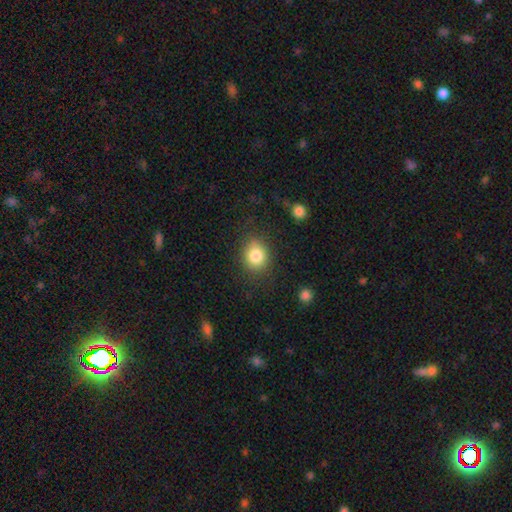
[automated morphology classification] Smooth or featured: smooth — 82% (star or artifact — 10%)
How rounded: round — 69% (in between — 30%)
Merging: none — 81% (minor disturbance — 13%)